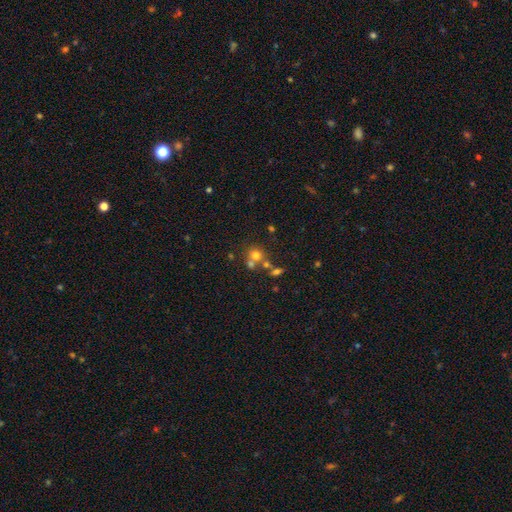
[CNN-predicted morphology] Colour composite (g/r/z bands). It shows a smooth galaxy with no disk features (65%) that is round (83%). Merging: none (49%).